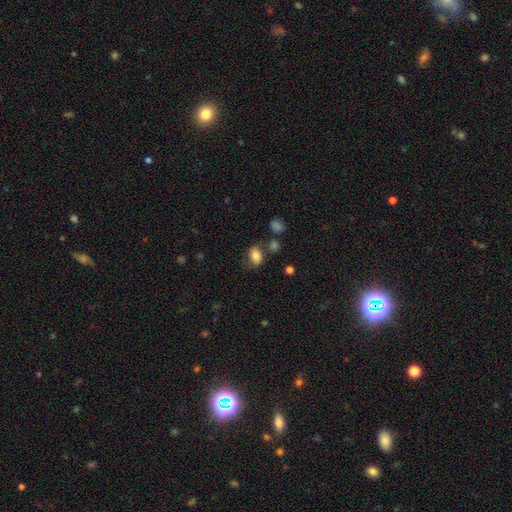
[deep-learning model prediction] Smooth or featured?
  - smooth: 80% *
  - star or artifact: 10%
  - featured or disk: 10%
How rounded?
  - in between: 81% *
  - round: 17%
  - cigar-shaped: 2%
Merging?
  - none: 63% *
  - minor disturbance: 21%
  - major disturbance: 8%
  - merger: 8%